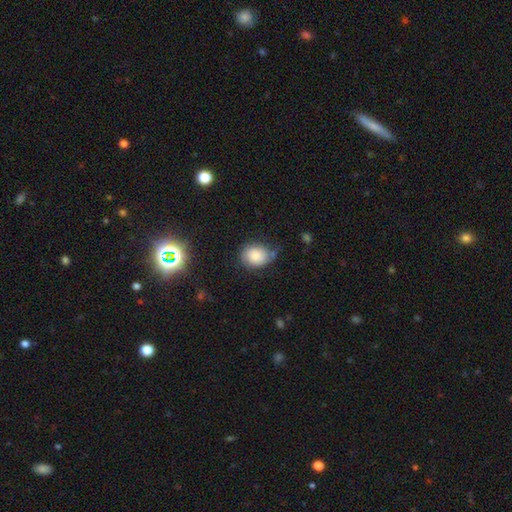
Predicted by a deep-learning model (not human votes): A smooth galaxy with no disk features (80%) that is in between round and cigar-shaped (50%).

Vote fractions:
- Smooth or featured? smooth: 80% / featured or disk: 10% / star or artifact: 10%
- How rounded? in between: 50% / round: 49% / cigar-shaped: 1%
- Merging? none: 53% / minor disturbance: 32% / major disturbance: 9% / merger: 5%